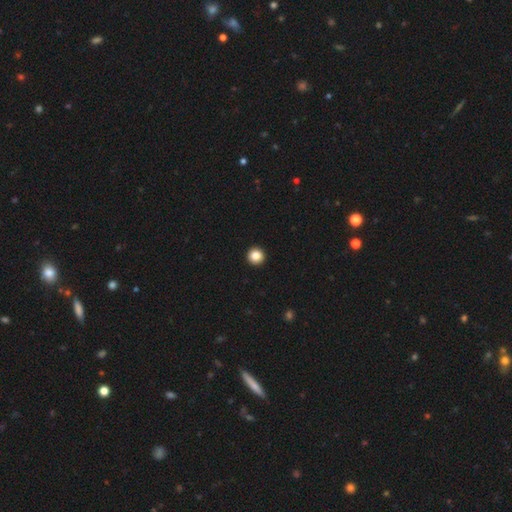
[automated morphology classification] This is clearly a smooth galaxy (87%). How rounded: clearly round (96%). Merging: clearly none (94%).